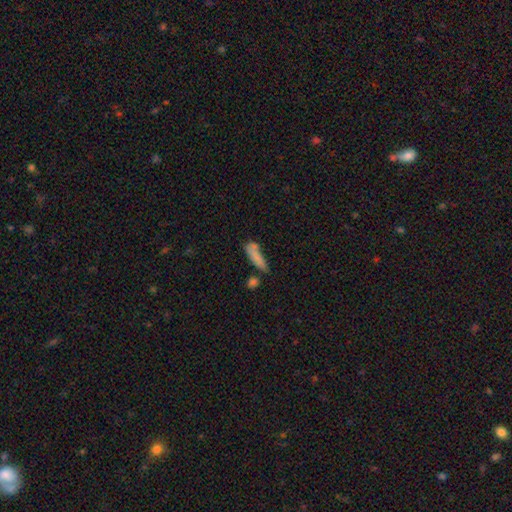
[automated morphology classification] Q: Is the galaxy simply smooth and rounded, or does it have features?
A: smooth — 76%.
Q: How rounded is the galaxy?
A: cigar-shaped — 63%.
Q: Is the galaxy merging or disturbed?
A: none — 46%.